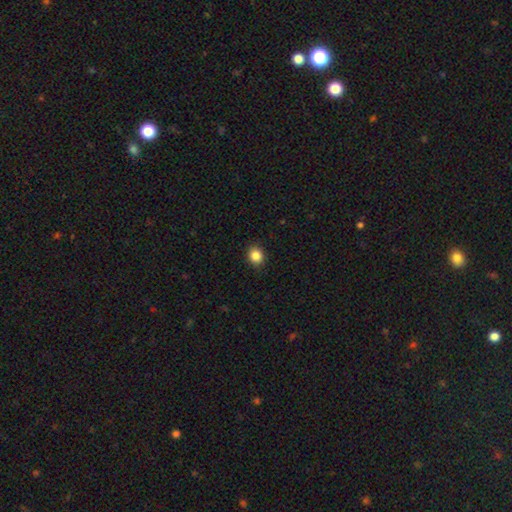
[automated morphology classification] smooth_or_featured: smooth (p=0.86) [alt: star or artifact p=0.10]
how_rounded: round (p=0.68) [alt: in between p=0.31]
merging: none (p=0.90) [alt: minor disturbance p=0.07]